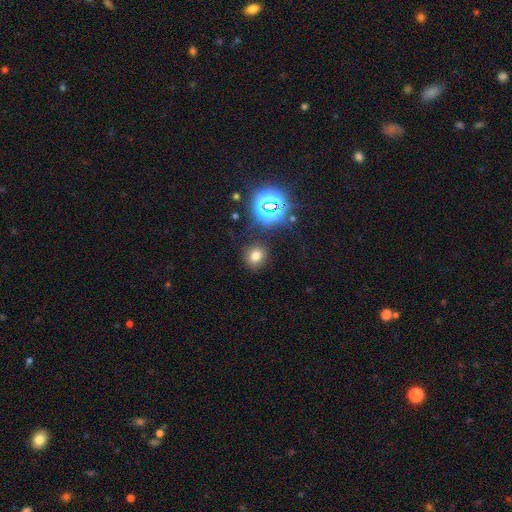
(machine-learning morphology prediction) smooth-or-featured: smooth: 69% | star or artifact: 23% | featured or disk: 8%
  how-rounded: round: 77% | in between: 22% | cigar-shaped: 1%
  merging: none: 85% | minor disturbance: 9% | major disturbance: 4% | merger: 3%